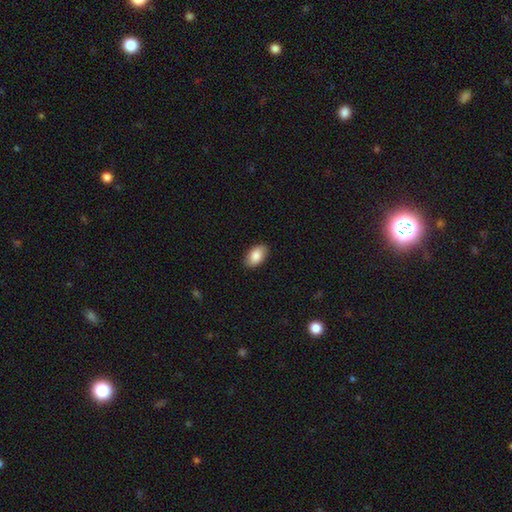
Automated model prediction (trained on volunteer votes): smooth 86%, featured or disk 7%, star or artifact 6%. Down the decision tree: how rounded — in between (93%); merging — none (89%).